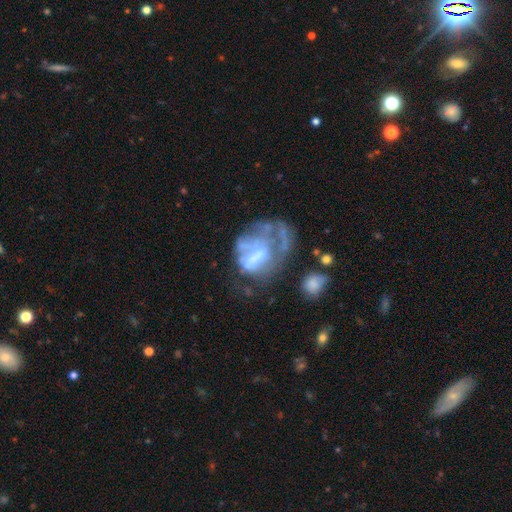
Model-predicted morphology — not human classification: This is likely a featured or disk galaxy (62%). It is clearly not viewed edge-on (97%). Bar: possibly no (59%). Spiral arm pattern: likely no (76%). Central bulge: possibly none (46%). Merging: possibly major disturbance (46%).